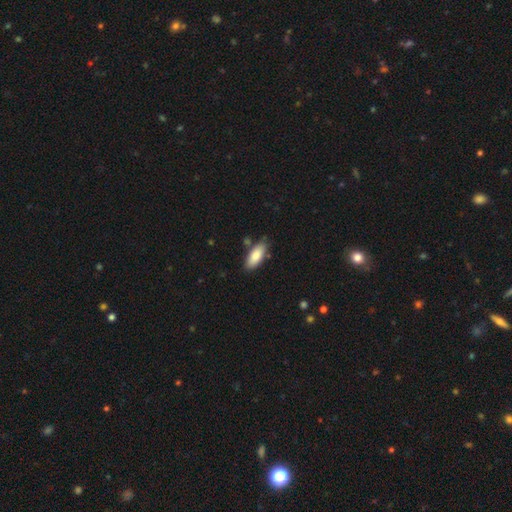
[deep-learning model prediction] Q: Smooth or featured?
A: smooth (84%); runner-up: featured or disk (10%)
Q: How rounded?
A: in between (82%); runner-up: cigar-shaped (17%)
Q: Merging?
A: none (79%); runner-up: minor disturbance (14%)